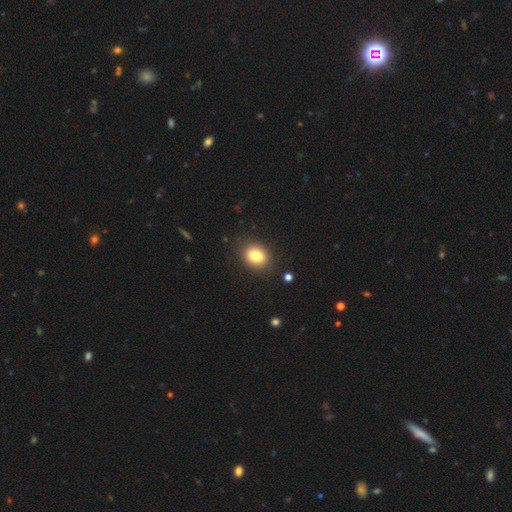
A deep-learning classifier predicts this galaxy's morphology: Smooth or featured?
  - smooth: 82% *
  - star or artifact: 10%
  - featured or disk: 8%
How rounded?
  - in between: 52% *
  - round: 47%
  - cigar-shaped: 1%
Merging?
  - none: 86% *
  - minor disturbance: 9%
  - major disturbance: 3%
  - merger: 1%